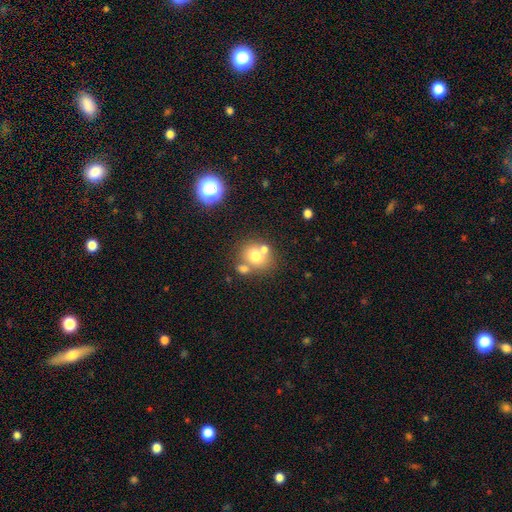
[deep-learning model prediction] The model was most divided on "merging": none: 54%, merger: 31%, minor disturbance: 11%, major disturbance: 4%. More confident: how rounded — round (76%); smooth or featured — smooth (69%).